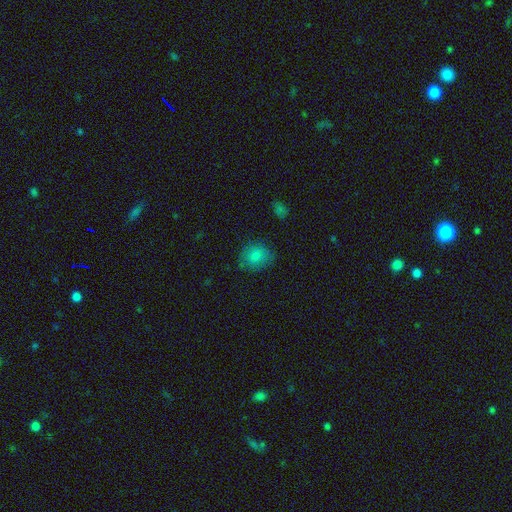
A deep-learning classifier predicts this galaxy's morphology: Smooth or featured? smooth (78%)
How rounded? round (73%)
Merging? none (78%)